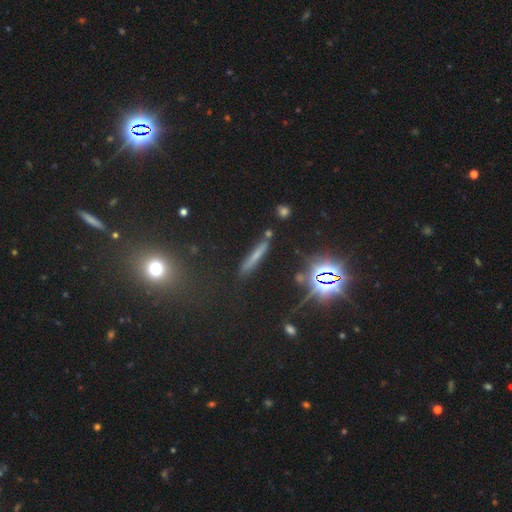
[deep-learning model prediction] smooth-or-featured: smooth: 52% | star or artifact: 25% | featured or disk: 23%
  how-rounded: cigar-shaped: 91% | in between: 5% | round: 4%
  merging: none: 80% | minor disturbance: 12% | merger: 4% | major disturbance: 4%